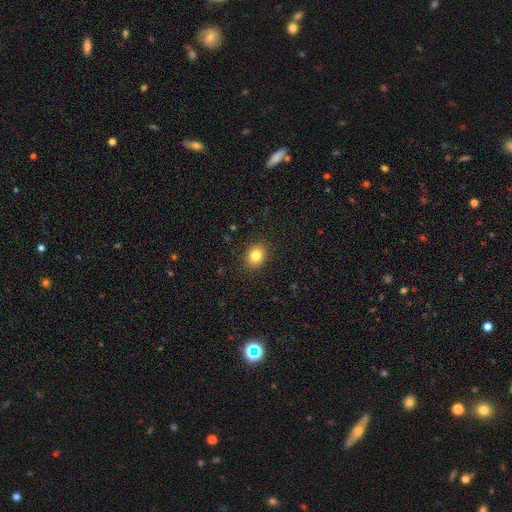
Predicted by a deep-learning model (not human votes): smooth_or_featured: smooth (p=0.82) [alt: star or artifact p=0.11]
how_rounded: round (p=0.56) [alt: in between p=0.44]
merging: none (p=0.90) [alt: minor disturbance p=0.07]